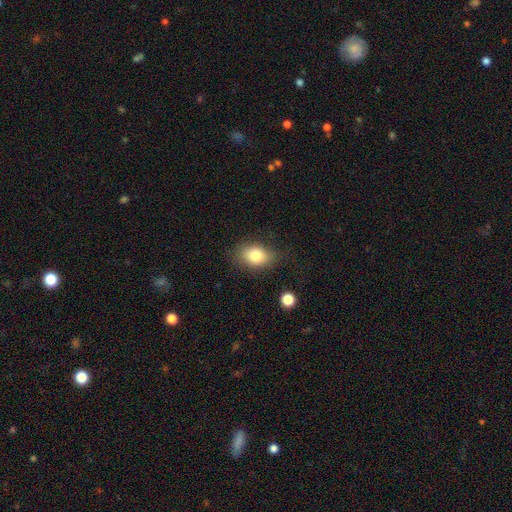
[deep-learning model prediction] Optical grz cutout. It shows a smooth galaxy with no disk features (79%) that is in between round and cigar-shaped (77%). Merging: none (78%).